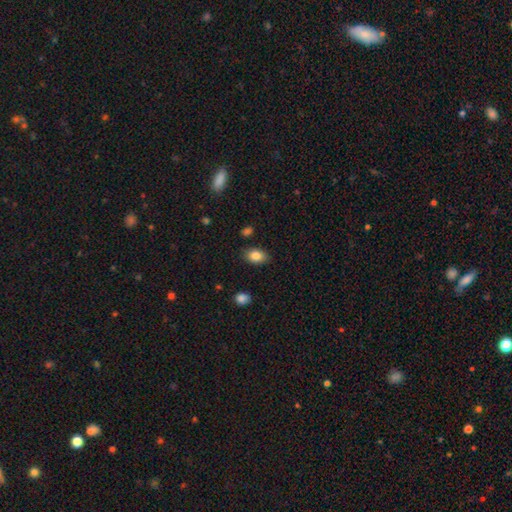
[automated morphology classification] A smooth galaxy with no disk features (84%) that is in between round and cigar-shaped (84%).

Vote fractions:
- Smooth or featured? smooth: 84% / star or artifact: 8% / featured or disk: 7%
- How rounded? in between: 84% / round: 14% / cigar-shaped: 1%
- Merging? none: 83% / minor disturbance: 12% / major disturbance: 3% / merger: 2%